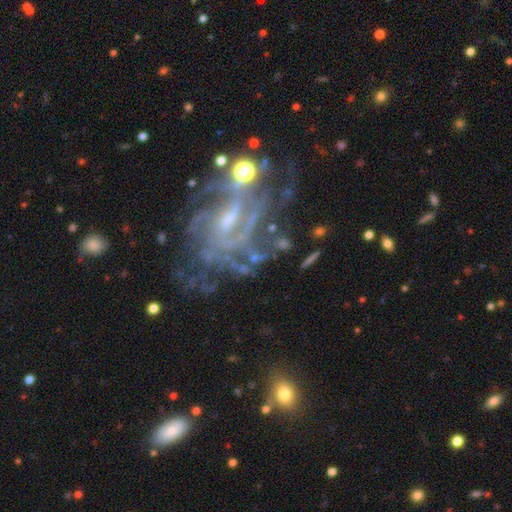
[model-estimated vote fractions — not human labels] A featured or disk galaxy (84%) with a weak bar (48%), medium (43%) spiral arms (92%) and a small central bulge (41%). Merging: none (52%).